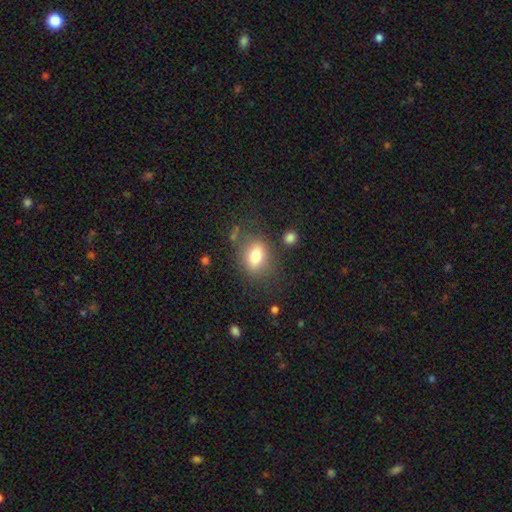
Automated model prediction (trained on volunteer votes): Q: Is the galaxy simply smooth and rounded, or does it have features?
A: smooth — 75%.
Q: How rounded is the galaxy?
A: in between — 66%.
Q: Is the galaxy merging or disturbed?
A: none — 72%.